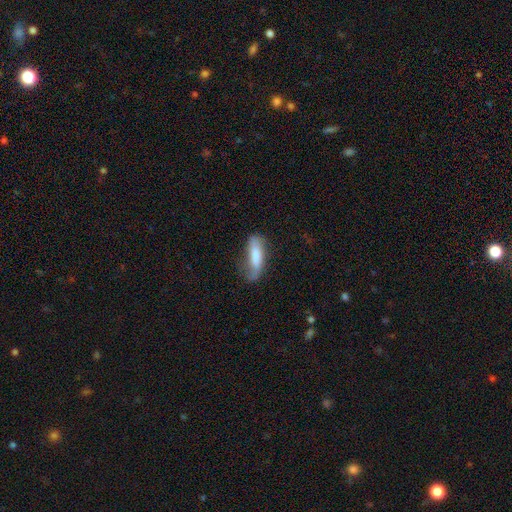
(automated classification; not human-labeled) Smooth or featured: smooth — 71% (featured or disk — 23%)
How rounded: cigar-shaped — 54% (in between — 44%)
Merging: none — 53% (minor disturbance — 31%)